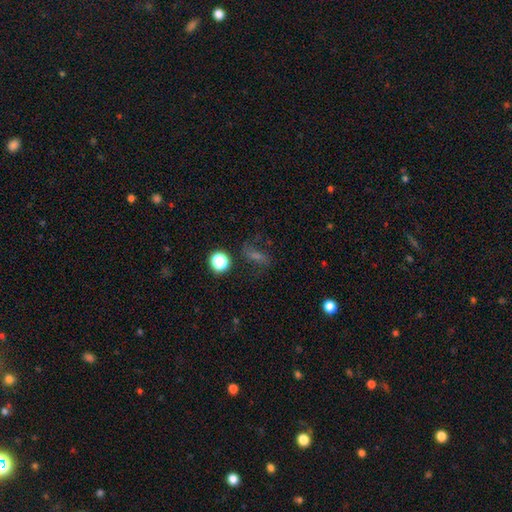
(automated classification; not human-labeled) A smooth galaxy with no disk features (36%). Merging: none (66%).